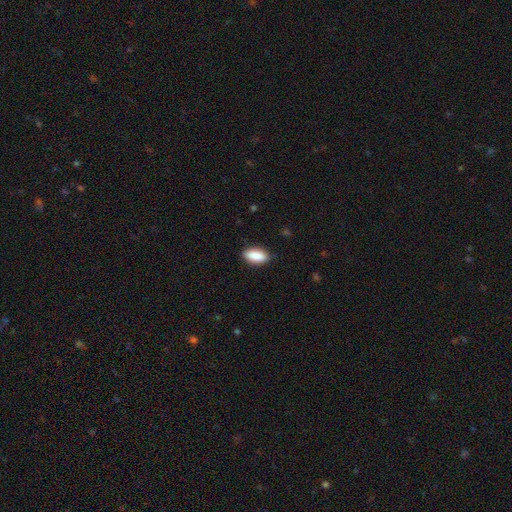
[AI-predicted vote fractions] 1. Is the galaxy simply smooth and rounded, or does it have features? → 90% smooth, 6% star or artifact, 4% featured or disk.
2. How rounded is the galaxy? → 90% in between, 7% cigar-shaped, 2% round.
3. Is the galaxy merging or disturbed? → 88% none, 9% minor disturbance, 2% major disturbance, 1% merger.